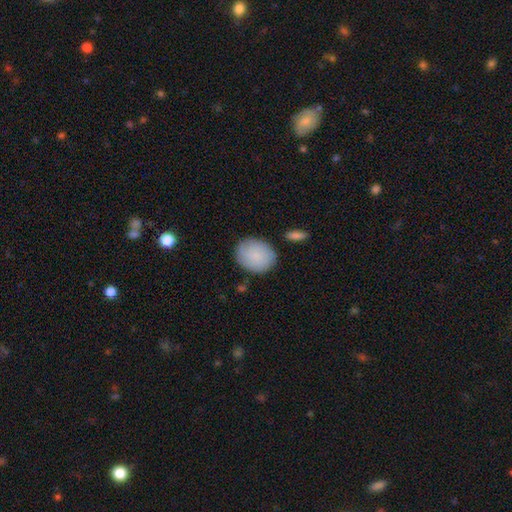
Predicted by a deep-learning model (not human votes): Overall: smooth (81%). How rounded: round (57%; in between 42%). Merging: none (79%).